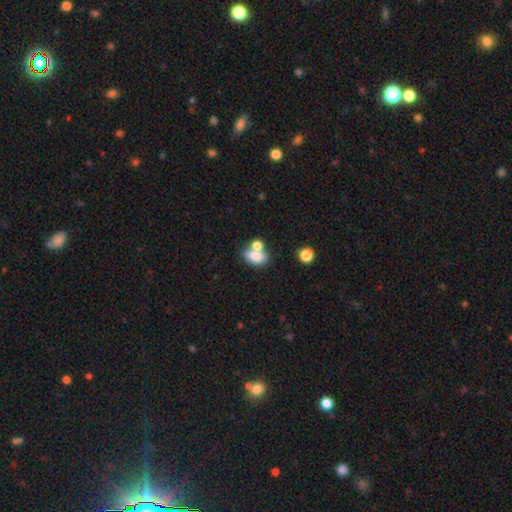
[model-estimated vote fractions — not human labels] Q: Smooth or featured?
A: smooth (77%); runner-up: featured or disk (13%)
Q: How rounded?
A: in between (82%); runner-up: round (15%)
Q: Merging?
A: merger (43%); runner-up: none (40%)